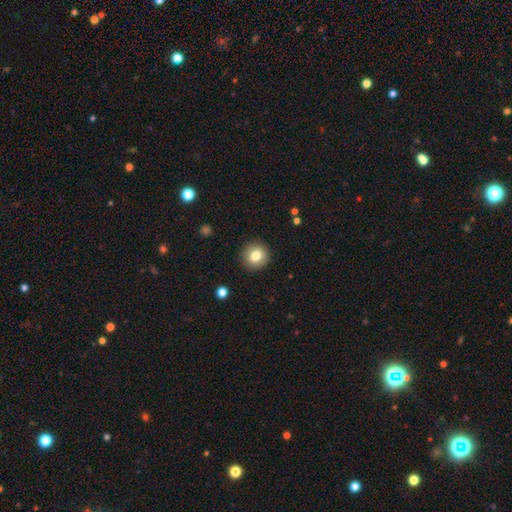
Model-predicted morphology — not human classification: smooth 81%, featured or disk 10%, star or artifact 9%. Down the decision tree: how rounded — round (91%); merging — none (91%).